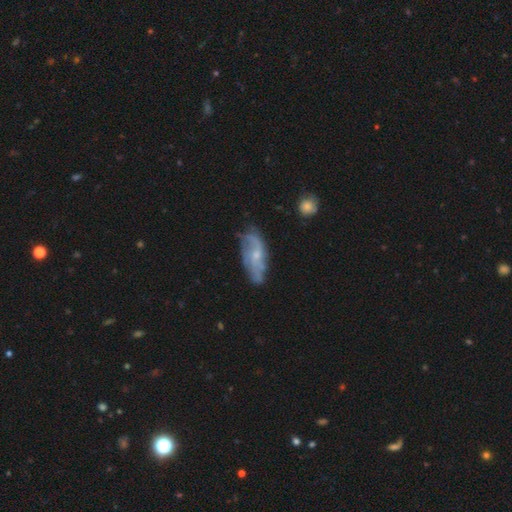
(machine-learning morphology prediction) Smooth or featured? featured or disk (66%)
Edge-on disk? no (88%)
Bar? no (65%)
Spiral arms? yes (80%)
Bulge size? small (59%)
Merging? none (59%)